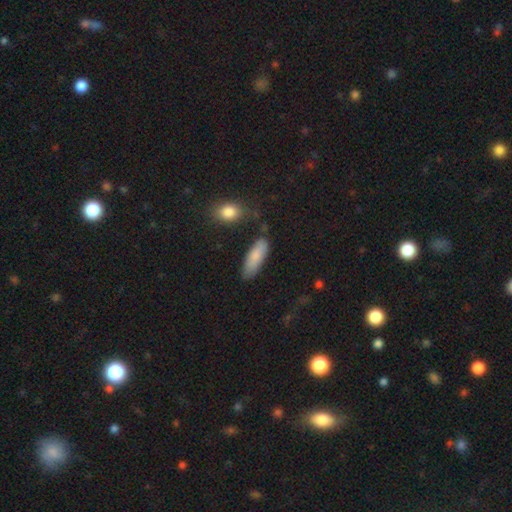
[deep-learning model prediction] Smooth or featured? smooth (81%)
How rounded? in between (63%)
Merging? none (72%)